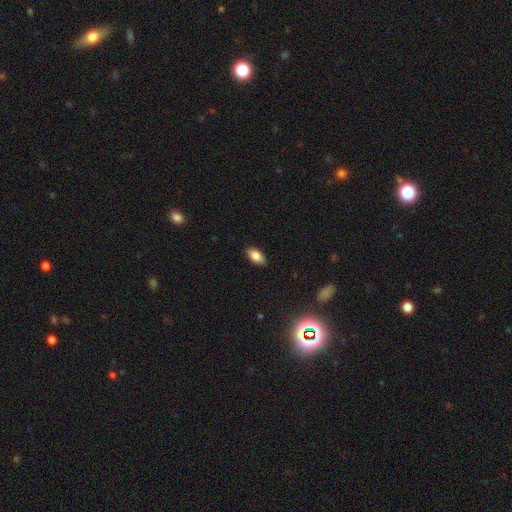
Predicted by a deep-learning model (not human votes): Smooth or featured? smooth (84%)
How rounded? in between (92%)
Merging? none (87%)